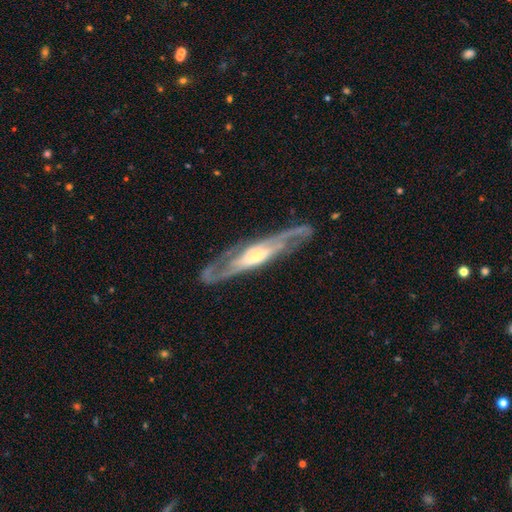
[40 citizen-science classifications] This appears to be a featured or disk galaxy (98%) with a weak bar (45%), 2 (94%) medium (55%) spiral arms (100%) and a moderate central bulge (70%). Merging: none (95%).